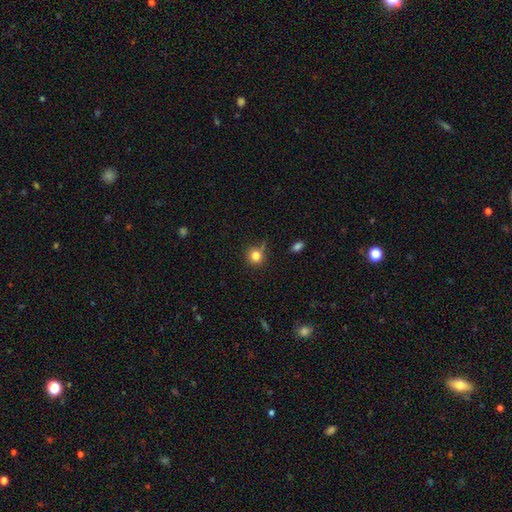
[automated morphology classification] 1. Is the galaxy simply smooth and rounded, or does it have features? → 81% smooth, 12% star or artifact, 7% featured or disk.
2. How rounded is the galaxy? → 87% round, 12% in between, 1% cigar-shaped.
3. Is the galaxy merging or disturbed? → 68% none, 20% minor disturbance, 6% major disturbance, 5% merger.